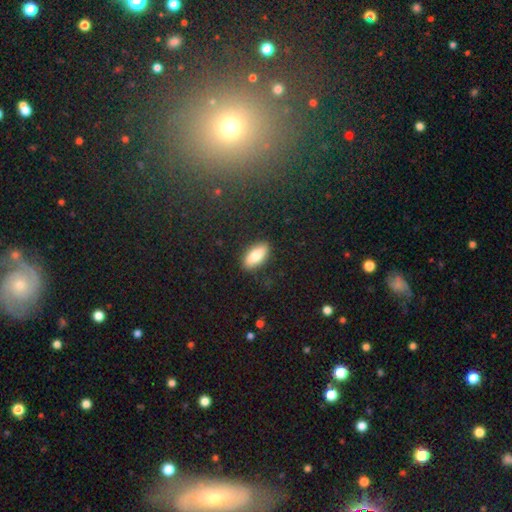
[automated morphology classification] This is clearly a smooth galaxy (81%). How rounded: clearly in between (85%). Merging: clearly none (86%).